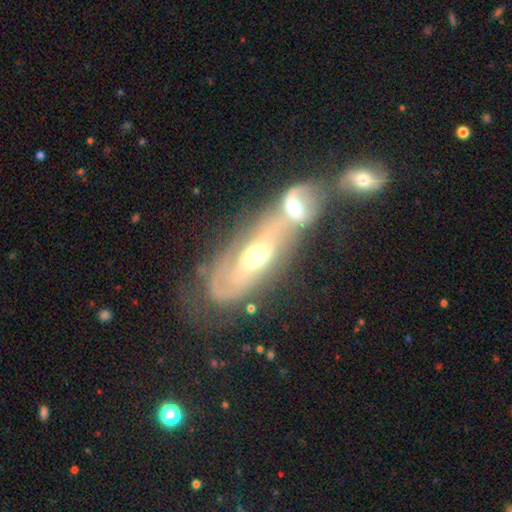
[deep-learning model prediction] Q: Smooth or featured?
A: featured or disk (72%); runner-up: smooth (21%)
Q: Edge-on disk?
A: no (84%); runner-up: yes (16%)
Q: Bar?
A: no (57%); runner-up: weak (29%)
Q: Spiral arms?
A: yes (72%); runner-up: no (28%)
Q: Bulge size?
A: moderate (72%); runner-up: small (13%)
Q: Merging?
A: merger (66%); runner-up: none (16%)